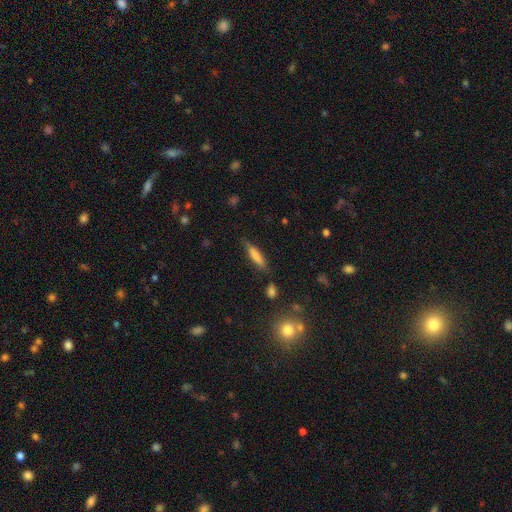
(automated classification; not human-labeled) This is likely a smooth galaxy (74%). How rounded: clearly cigar-shaped (81%). Merging: likely none (77%).